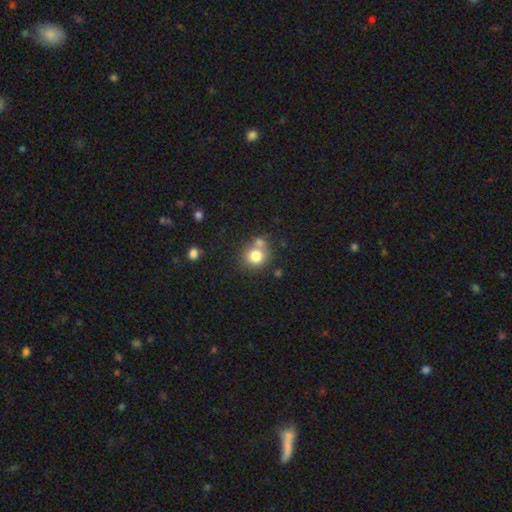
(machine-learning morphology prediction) Q: Smooth or featured?
A: smooth (78%); runner-up: star or artifact (11%)
Q: How rounded?
A: round (86%); runner-up: in between (13%)
Q: Merging?
A: none (61%); runner-up: merger (22%)